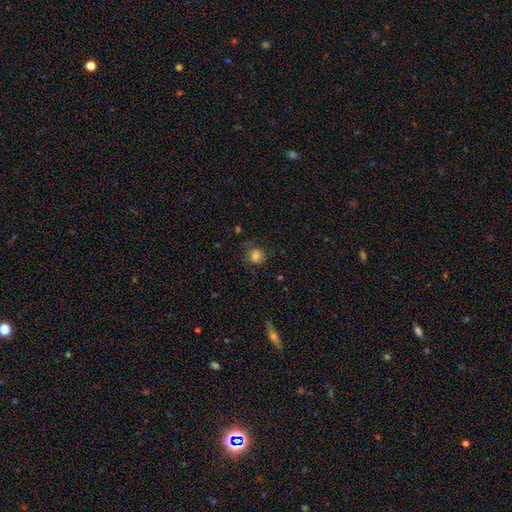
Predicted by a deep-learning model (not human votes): Smooth or featured: smooth — 76% (featured or disk — 13%)
How rounded: round — 76% (in between — 23%)
Merging: none — 66% (minor disturbance — 21%)